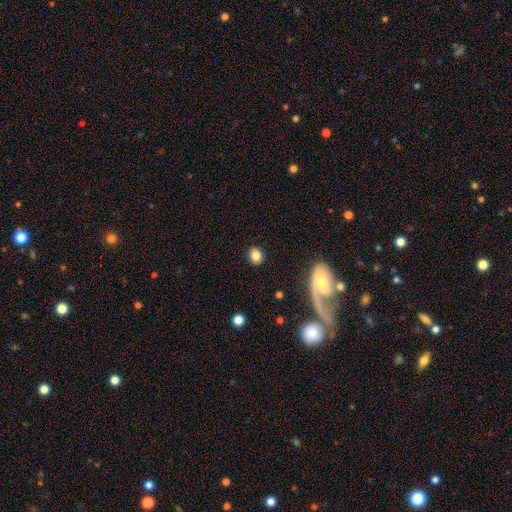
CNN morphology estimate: A smooth galaxy with no disk features (83%) that is round (53%). Merging: none (88%).